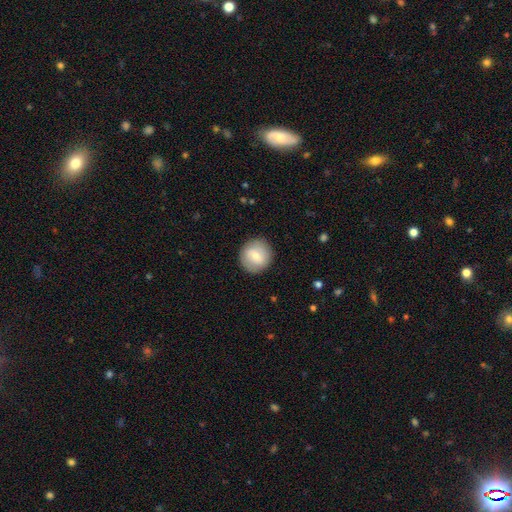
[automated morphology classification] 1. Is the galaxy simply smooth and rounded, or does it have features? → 64% smooth, 29% featured or disk, 7% star or artifact.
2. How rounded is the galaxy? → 90% round, 9% in between, 1% cigar-shaped.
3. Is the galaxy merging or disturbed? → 87% none, 9% minor disturbance, 3% major disturbance, 1% merger.